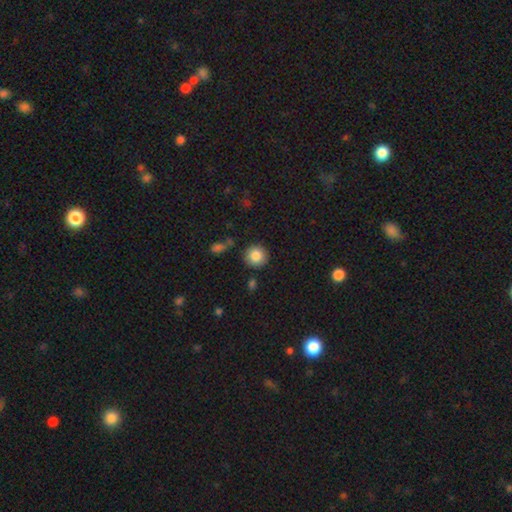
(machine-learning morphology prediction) This appears to be a smooth galaxy with no disk features (86%) that is round (92%). Merging: none (86%).